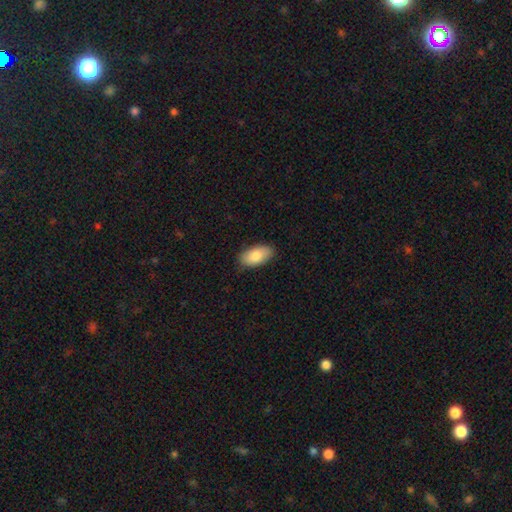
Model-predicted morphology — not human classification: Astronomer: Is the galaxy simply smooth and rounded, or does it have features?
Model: smooth — 84%.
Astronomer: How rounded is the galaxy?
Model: in between — 94%.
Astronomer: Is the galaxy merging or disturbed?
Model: none — 86%.